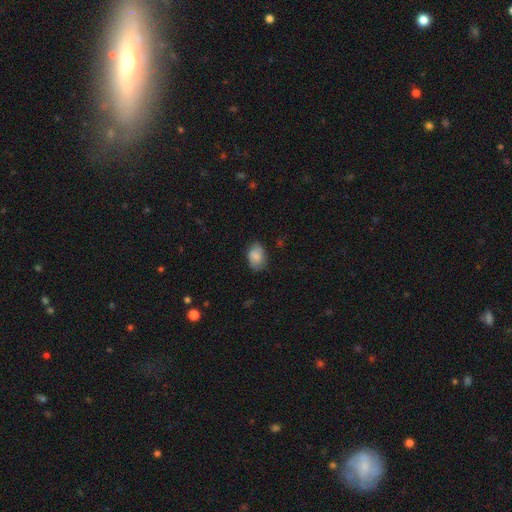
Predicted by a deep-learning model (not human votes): This appears to be a smooth galaxy with no disk features (78%) that is in between round and cigar-shaped (84%). Merging: none (73%).